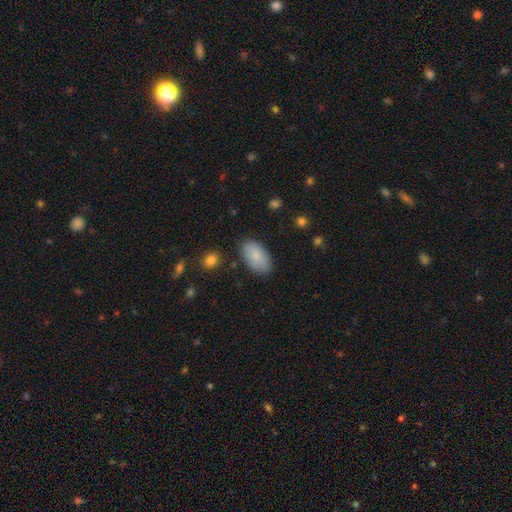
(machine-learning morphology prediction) A smooth galaxy with no disk features (85%) that is in between round and cigar-shaped (95%).

Vote fractions:
- Smooth or featured? smooth: 85% / featured or disk: 9% / star or artifact: 6%
- How rounded? in between: 95% / round: 3% / cigar-shaped: 2%
- Merging? none: 83% / minor disturbance: 12% / major disturbance: 3% / merger: 2%